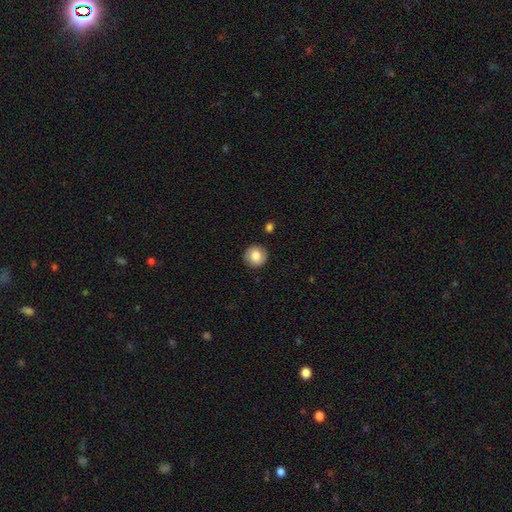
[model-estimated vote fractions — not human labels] A smooth galaxy with no disk features (76%) that is round (90%).

Vote fractions:
- Smooth or featured? smooth: 76% / featured or disk: 16% / star or artifact: 8%
- How rounded? round: 90% / in between: 9% / cigar-shaped: 1%
- Merging? none: 87% / minor disturbance: 9% / major disturbance: 3% / merger: 2%